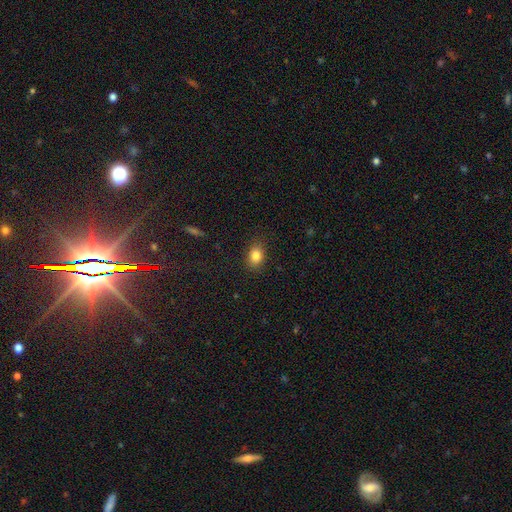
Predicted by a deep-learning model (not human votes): Morphology: type=smooth (84%); roundness=in between (68%); merging=none (86%).